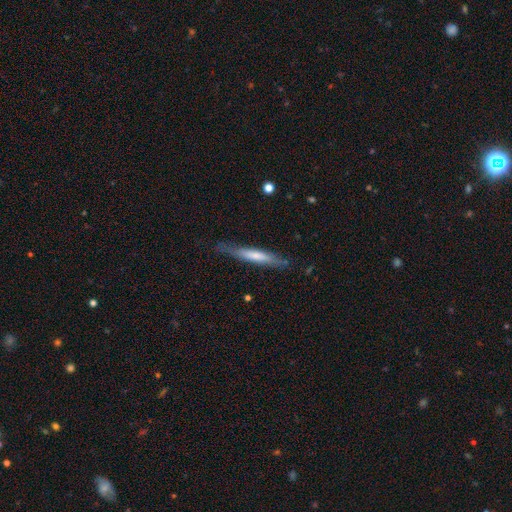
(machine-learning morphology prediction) Smooth or featured?
  - smooth: 55% *
  - featured or disk: 39%
  - star or artifact: 5%
How rounded?
  - cigar-shaped: 93% *
  - in between: 6%
  - round: 1%
Merging?
  - none: 77% *
  - minor disturbance: 17%
  - major disturbance: 4%
  - merger: 2%